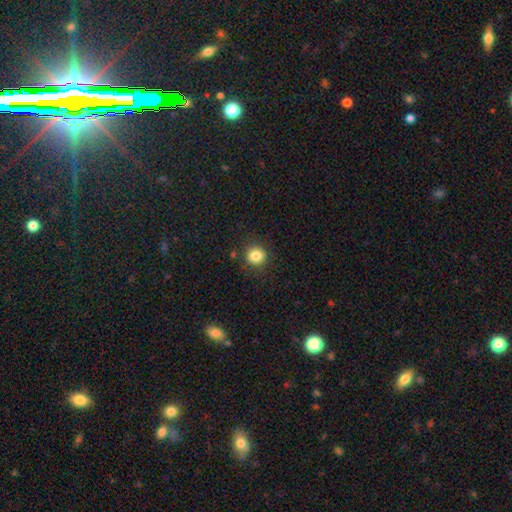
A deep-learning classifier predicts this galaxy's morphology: A smooth galaxy with no disk features (83%) that is round (89%). Merging: none (87%).